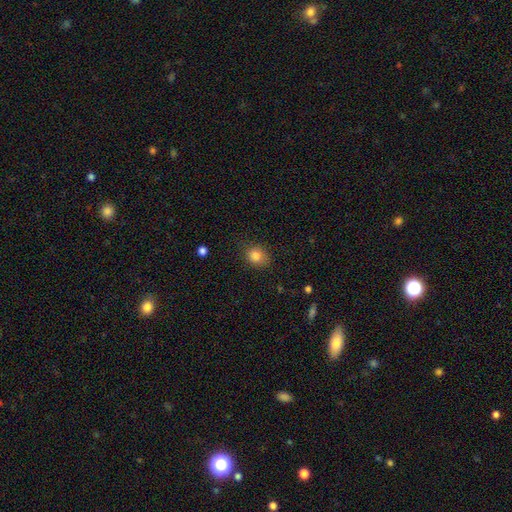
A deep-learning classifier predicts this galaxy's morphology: Smooth or featured? smooth (83%)
How rounded? round (62%)
Merging? none (79%)